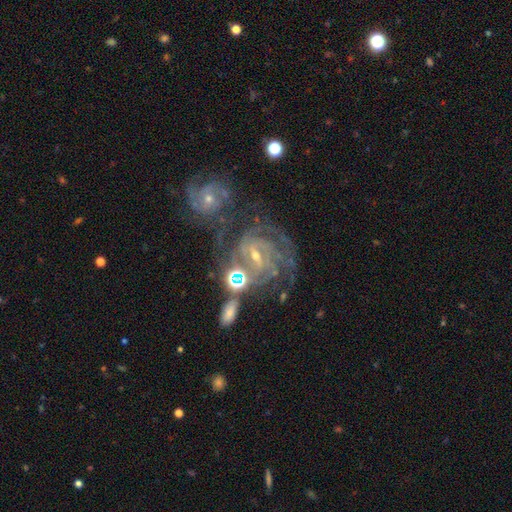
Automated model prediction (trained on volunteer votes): This is clearly a featured or disk galaxy (87%). It is clearly not viewed edge-on (97%). Bar: possibly weak (46%). Spiral arm pattern: clearly yes (97%). Spiral arm count: marginally can't tell (25%, tied with 3). Spiral winding: likely tight (66%). Central bulge: likely small (62%). Merging: possibly none (49%).